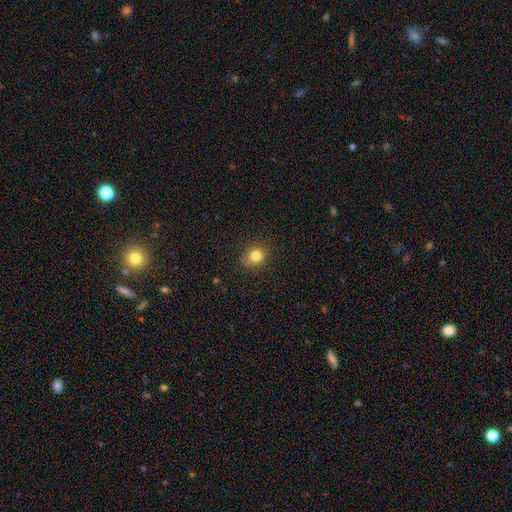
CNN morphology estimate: smooth-or-featured: smooth: 81% | star or artifact: 12% | featured or disk: 8%
  how-rounded: round: 69% | in between: 30% | cigar-shaped: 1%
  merging: none: 72% | minor disturbance: 21% | major disturbance: 6% | merger: 2%